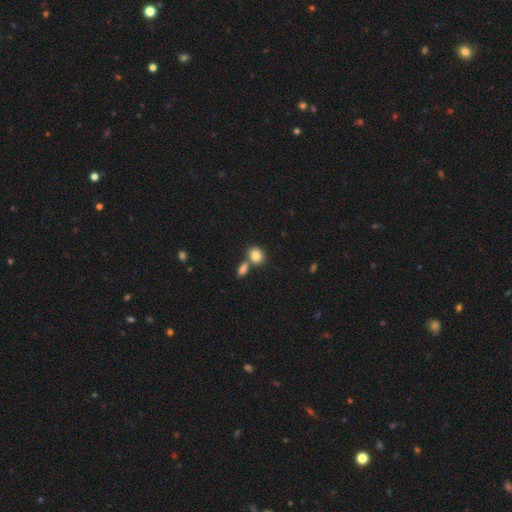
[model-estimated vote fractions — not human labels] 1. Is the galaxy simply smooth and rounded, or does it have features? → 84% smooth, 9% star or artifact, 7% featured or disk.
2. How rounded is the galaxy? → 59% round, 40% in between, 1% cigar-shaped.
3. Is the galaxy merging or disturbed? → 53% none, 35% merger, 9% minor disturbance, 3% major disturbance.